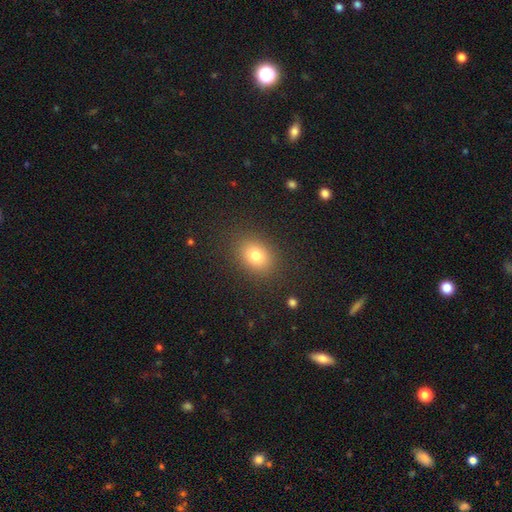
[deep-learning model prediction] Morphology: type=smooth (78%); roundness=in between (57%); merging=none (86%).